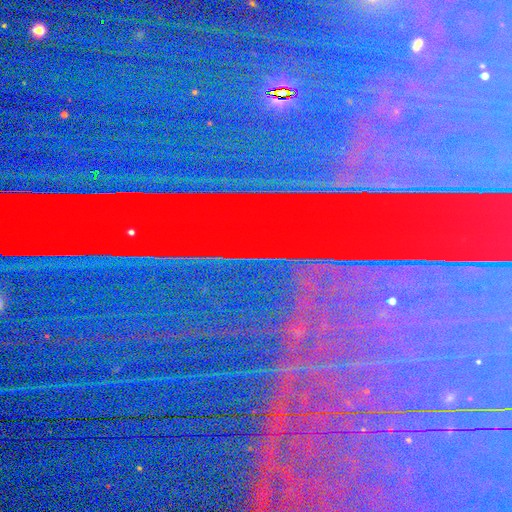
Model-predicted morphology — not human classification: Smooth or featured? Predicted: star or artifact (p=0.87).